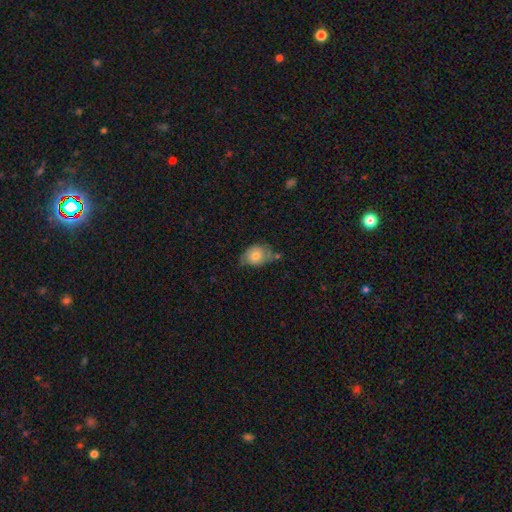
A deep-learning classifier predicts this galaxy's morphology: Smooth or featured: smooth — 63% (featured or disk — 29%)
How rounded: in between — 69% (round — 30%)
Merging: none — 45% (minor disturbance — 36%)